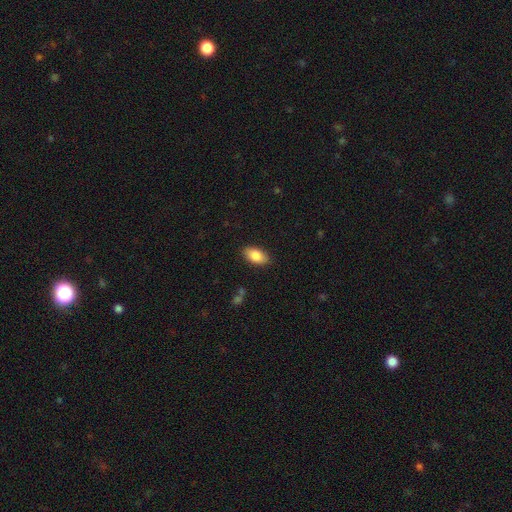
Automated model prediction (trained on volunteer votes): Overall: smooth (85%). How rounded: in between (93%). Merging: none (87%).